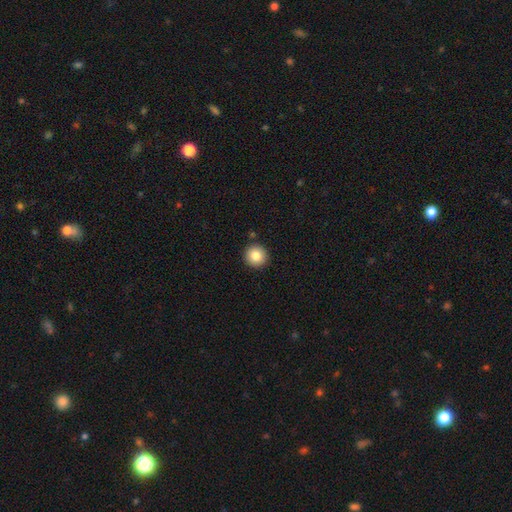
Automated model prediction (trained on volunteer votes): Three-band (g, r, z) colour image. It shows a smooth galaxy with no disk features (83%) that is round (95%). Merging: none (91%).